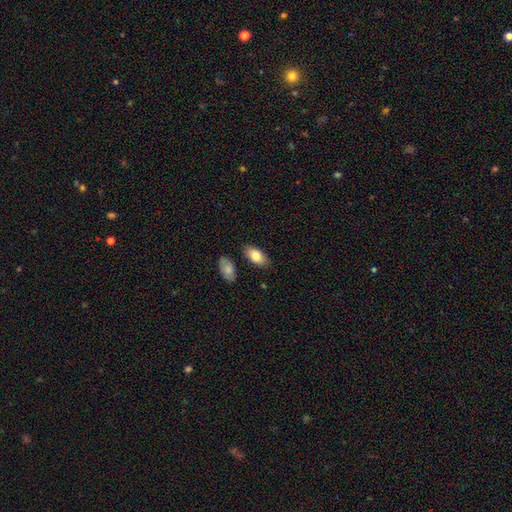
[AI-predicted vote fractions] This is clearly a smooth galaxy (81%). How rounded: clearly in between (93%). Merging: clearly none (82%).